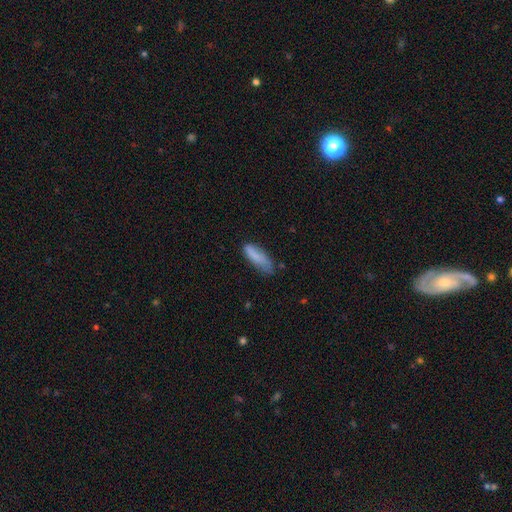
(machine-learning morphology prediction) Smooth or featured? Predicted: smooth (p=0.83). How rounded? Predicted: in between (p=0.51). Merging? Predicted: none (p=0.54).